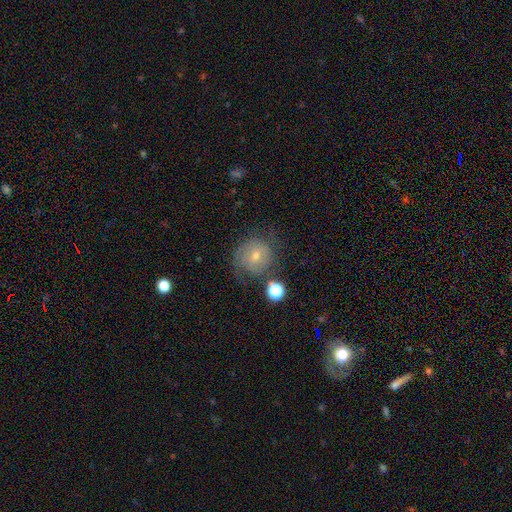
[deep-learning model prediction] Smooth or featured?
  - featured or disk: 58% *
  - smooth: 29%
  - star or artifact: 13%
Edge-on disk?
  - no: 96% *
  - yes: 4%
Bar?
  - no: 71% *
  - weak: 24%
  - strong: 5%
Spiral arms?
  - yes: 82% *
  - no: 18%
Bulge size?
  - small: 56% *
  - moderate: 39%
  - large: 2%
  - none: 2%
  - dominant: 1%
Merging?
  - none: 65% *
  - minor disturbance: 20%
  - major disturbance: 12%
  - merger: 4%